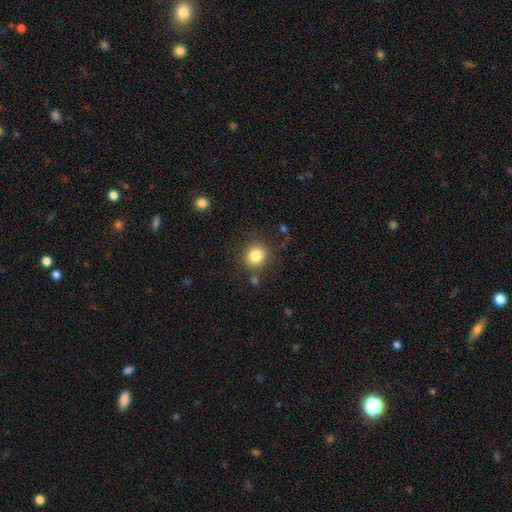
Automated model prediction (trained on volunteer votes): Smooth or featured? Predicted: smooth (p=0.83). How rounded? Predicted: round (p=0.83). Merging? Predicted: none (p=0.83).